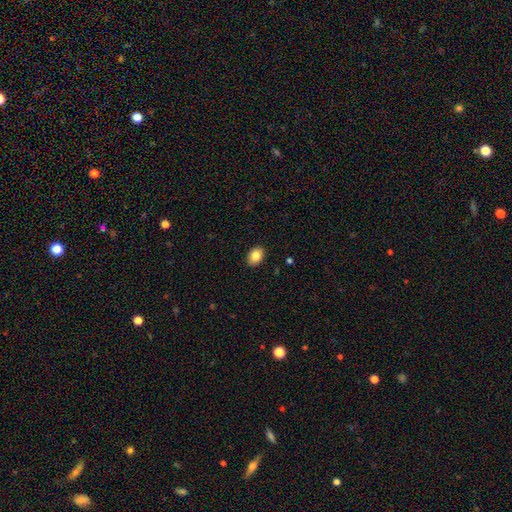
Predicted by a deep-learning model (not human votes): Overall: smooth (85%). How rounded: in between (78%). Merging: none (89%).